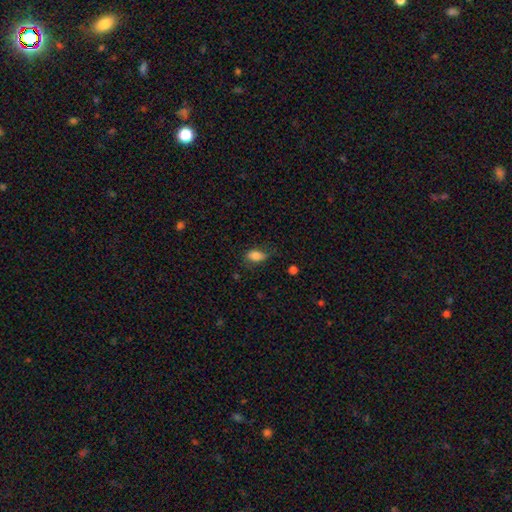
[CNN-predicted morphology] This appears to be a smooth galaxy with no disk features (83%) that is in between round and cigar-shaped (88%). Merging: none (60%).